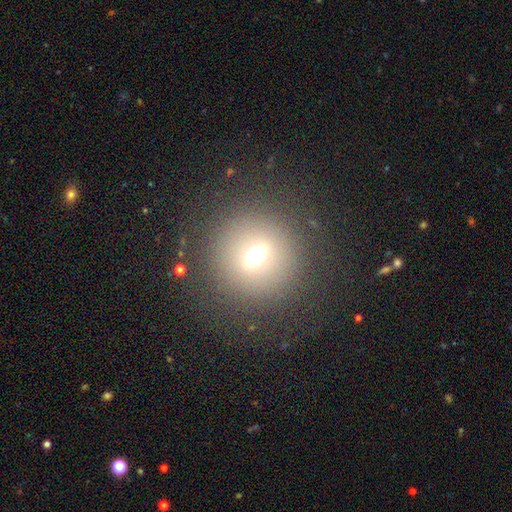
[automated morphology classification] Smooth or featured? Predicted: smooth (p=0.63). How rounded? Predicted: round (p=0.93). Merging? Predicted: none (p=0.86).